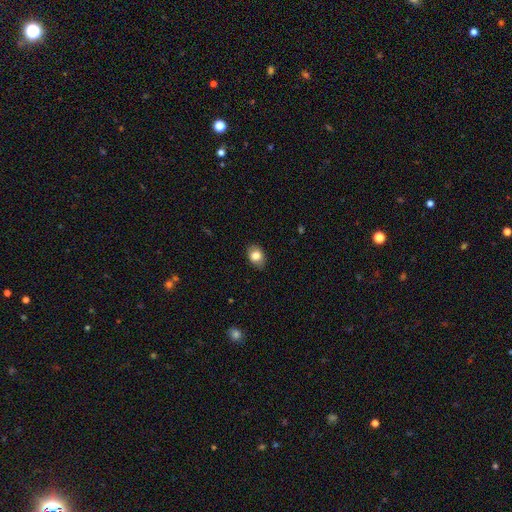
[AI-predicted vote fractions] smooth_or_featured: smooth (p=0.81) [alt: featured or disk p=0.10]
how_rounded: in between (p=0.74) [alt: round p=0.25]
merging: none (p=0.82) [alt: minor disturbance p=0.14]